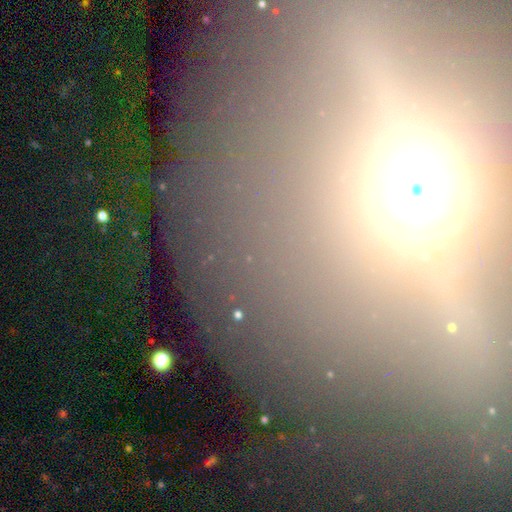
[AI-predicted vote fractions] smooth_or_featured: star or artifact (p=0.53) [alt: smooth p=0.25]